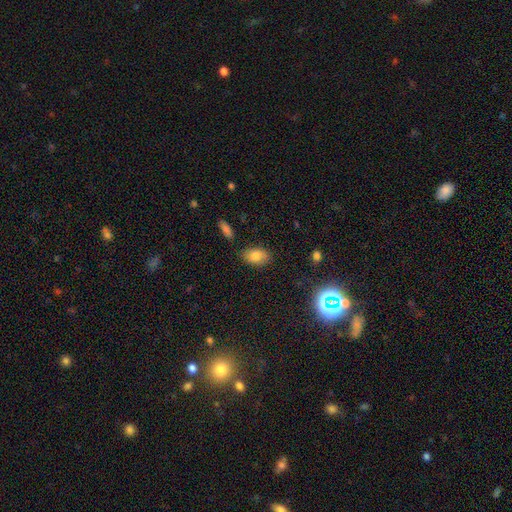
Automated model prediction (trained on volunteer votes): Smooth or featured?
  - smooth: 81% *
  - star or artifact: 10%
  - featured or disk: 9%
How rounded?
  - in between: 88% *
  - round: 10%
  - cigar-shaped: 2%
Merging?
  - none: 82% *
  - minor disturbance: 13%
  - major disturbance: 3%
  - merger: 3%